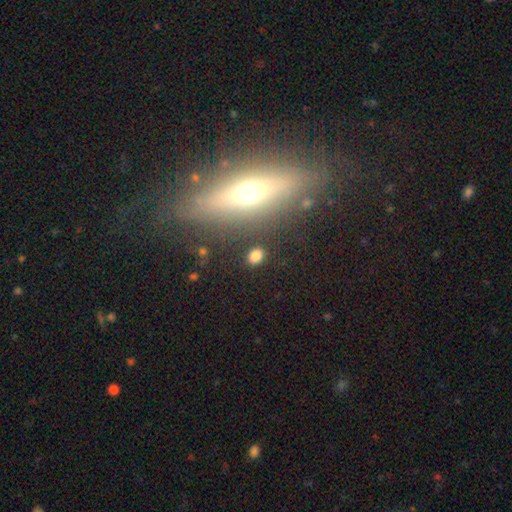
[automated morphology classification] This appears to be a smooth galaxy with no disk features (81%) that is in between round and cigar-shaped (53%). Merging: none (87%).